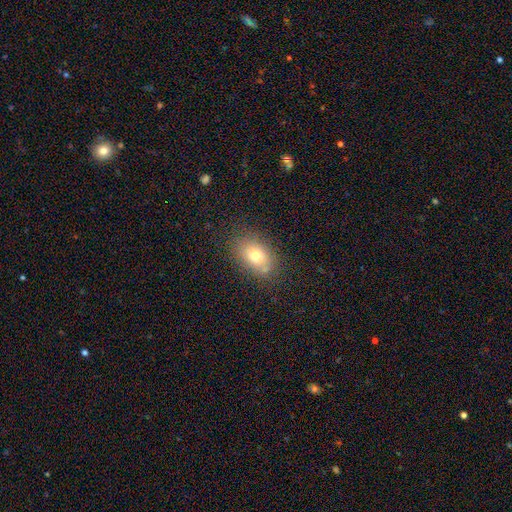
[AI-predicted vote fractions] Smooth or featured?
  - smooth: 74% *
  - featured or disk: 15%
  - star or artifact: 11%
How rounded?
  - in between: 79% *
  - round: 19%
  - cigar-shaped: 1%
Merging?
  - none: 75% *
  - minor disturbance: 15%
  - merger: 5%
  - major disturbance: 4%